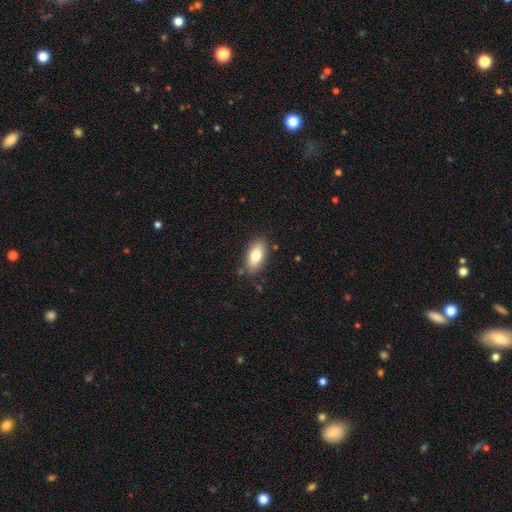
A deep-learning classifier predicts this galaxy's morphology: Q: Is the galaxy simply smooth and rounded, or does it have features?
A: smooth — 78%.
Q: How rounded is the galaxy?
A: in between — 89%.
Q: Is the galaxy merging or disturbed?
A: none — 83%.